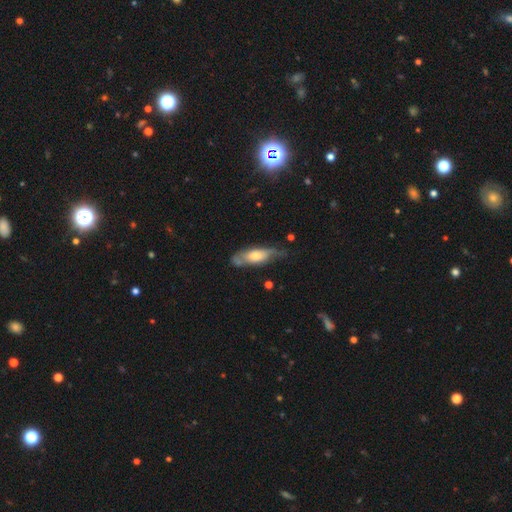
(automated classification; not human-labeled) The model was most divided on "smooth or featured": featured or disk: 53%, smooth: 39%, star or artifact: 8%. More confident: edge-on disk — no (65%); merging — none (54%).